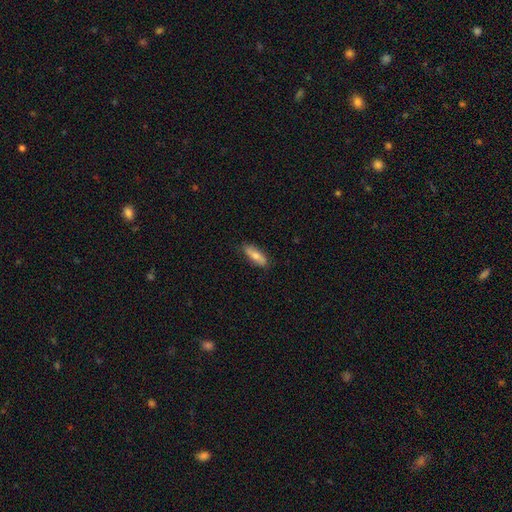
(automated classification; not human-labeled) Q: Smooth or featured?
A: smooth (71%); runner-up: featured or disk (23%)
Q: How rounded?
A: in between (58%); runner-up: cigar-shaped (40%)
Q: Merging?
A: none (82%); runner-up: minor disturbance (15%)